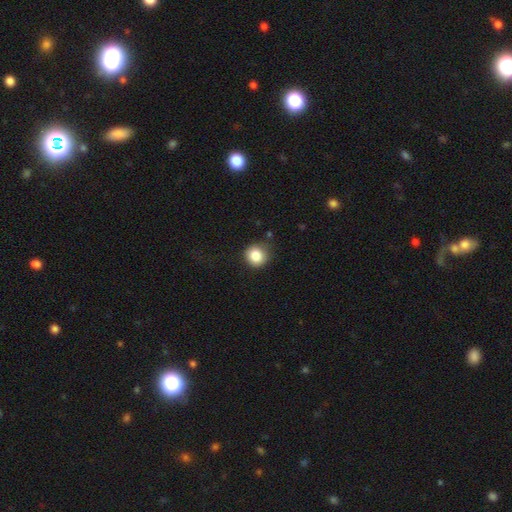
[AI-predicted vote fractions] The model was most divided on "merging": none: 78%, minor disturbance: 16%, major disturbance: 4%, merger: 2%. More confident: how rounded — round (90%); smooth or featured — smooth (85%).